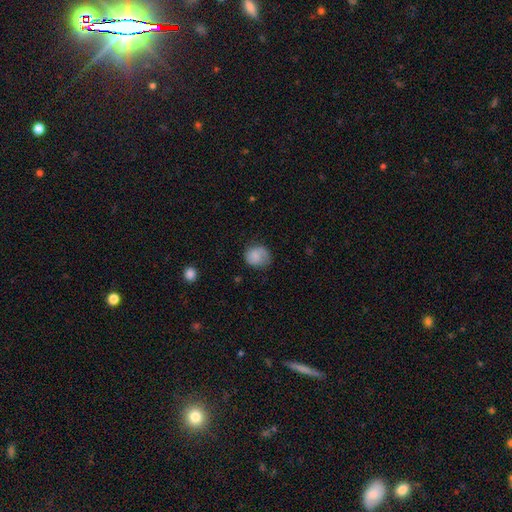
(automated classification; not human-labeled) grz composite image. It shows a smooth galaxy with no disk features (72%) that is round (73%). Merging: none (62%).